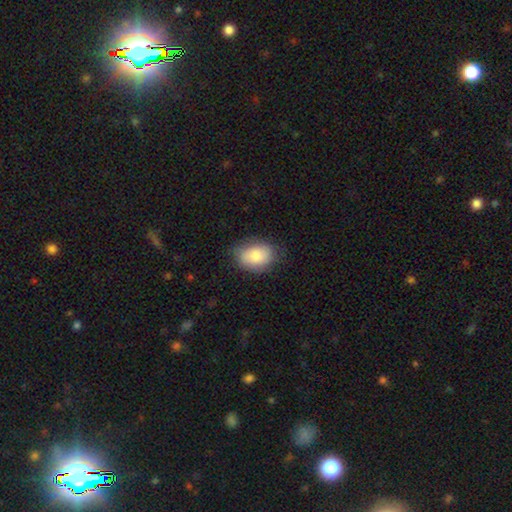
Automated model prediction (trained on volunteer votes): Morphology: type=smooth (79%); roundness=in between (78%); merging=none (75%).